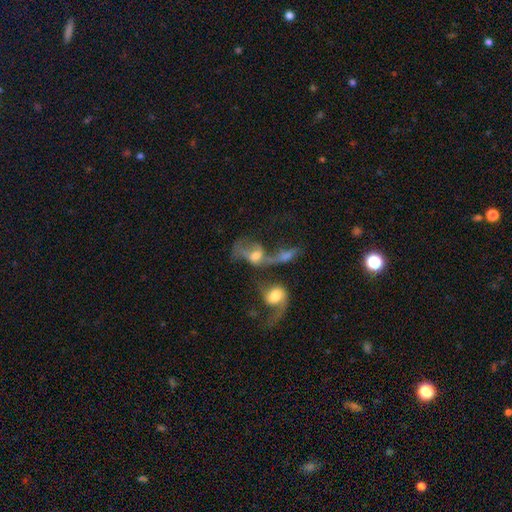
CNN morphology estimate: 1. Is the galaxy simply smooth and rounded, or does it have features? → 63% featured or disk, 26% smooth, 11% star or artifact.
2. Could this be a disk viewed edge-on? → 94% no, 6% yes.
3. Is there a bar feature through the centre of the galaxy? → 57% no, 32% weak, 11% strong.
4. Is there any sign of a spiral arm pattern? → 72% yes, 28% no.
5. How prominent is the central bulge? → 52% moderate, 20% large, 17% small, 9% none, 3% dominant.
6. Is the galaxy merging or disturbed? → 67% merger, 16% major disturbance, 11% none, 6% minor disturbance.